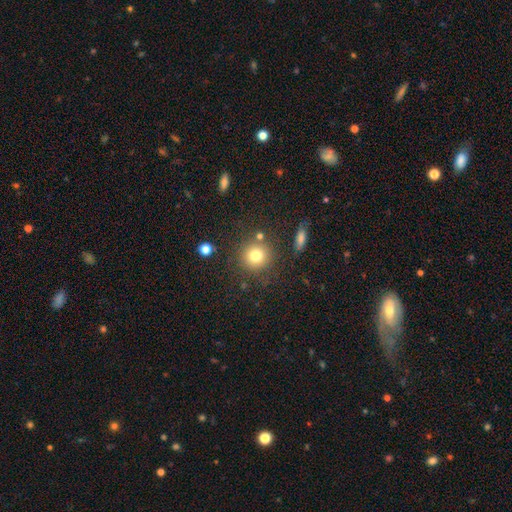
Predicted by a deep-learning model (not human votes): Q: Smooth or featured?
A: smooth (79%); runner-up: star or artifact (12%)
Q: How rounded?
A: round (92%); runner-up: in between (7%)
Q: Merging?
A: none (81%); runner-up: minor disturbance (9%)